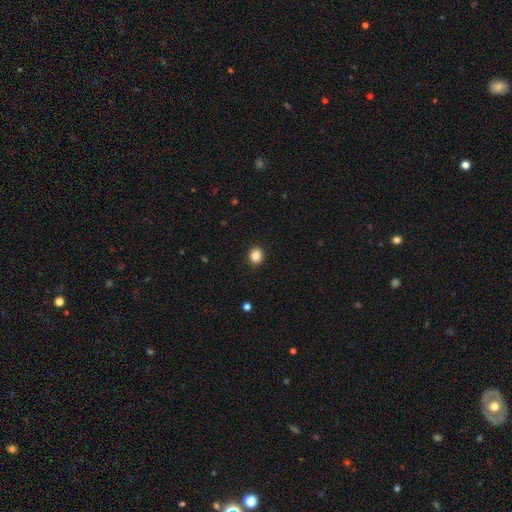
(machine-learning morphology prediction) type=smooth (87%); roundness=round (82%); merging=none (92%).